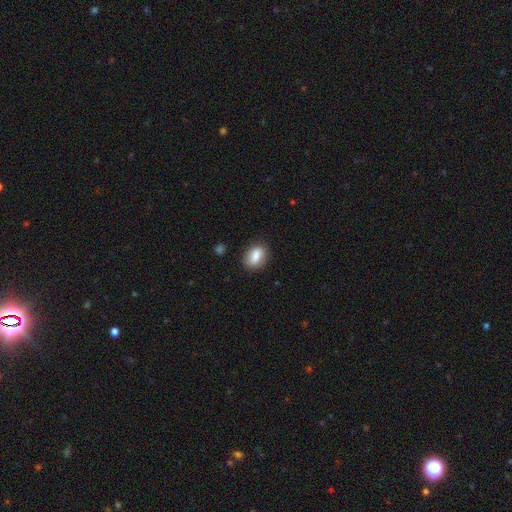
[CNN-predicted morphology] Smooth or featured? smooth (82%)
How rounded? in between (80%)
Merging? none (79%)